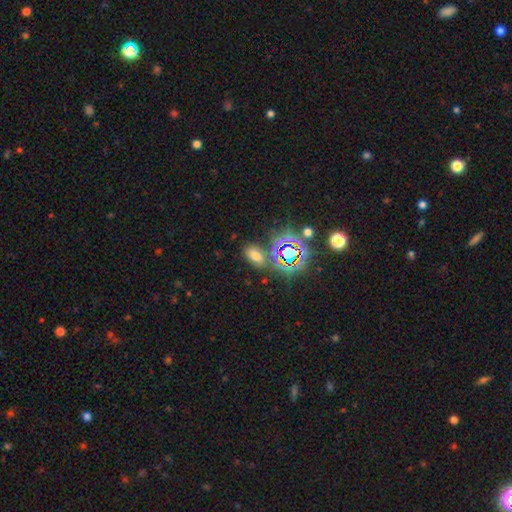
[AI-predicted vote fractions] The model was most divided on "smooth or featured": smooth: 60%, star or artifact: 32%, featured or disk: 9%. More confident: how rounded — in between (87%); merging — none (75%).